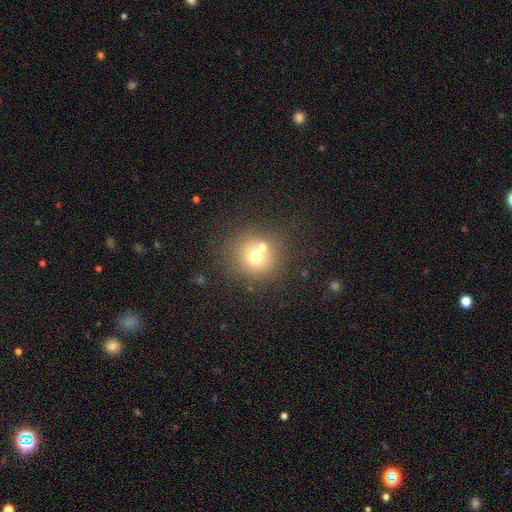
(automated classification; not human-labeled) The model was most divided on "merging": none: 58%, merger: 30%, minor disturbance: 8%, major disturbance: 4%. More confident: how rounded — round (90%); smooth or featured — smooth (66%).